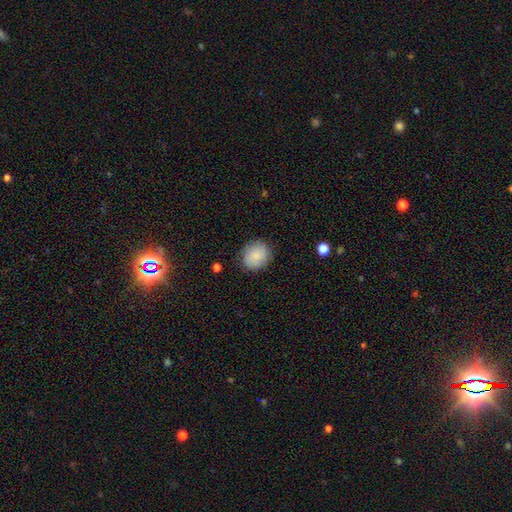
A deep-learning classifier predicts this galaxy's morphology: Smooth or featured: smooth — 84% (featured or disk — 9%)
How rounded: round — 67% (in between — 32%)
Merging: none — 84% (minor disturbance — 12%)